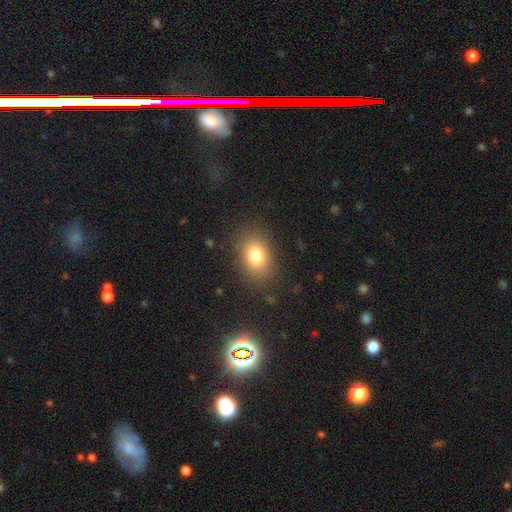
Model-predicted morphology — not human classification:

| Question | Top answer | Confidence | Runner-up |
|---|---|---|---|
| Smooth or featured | smooth | 79% | star or artifact (11%) |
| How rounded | in between | 76% | round (22%) |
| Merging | none | 84% | minor disturbance (10%) |